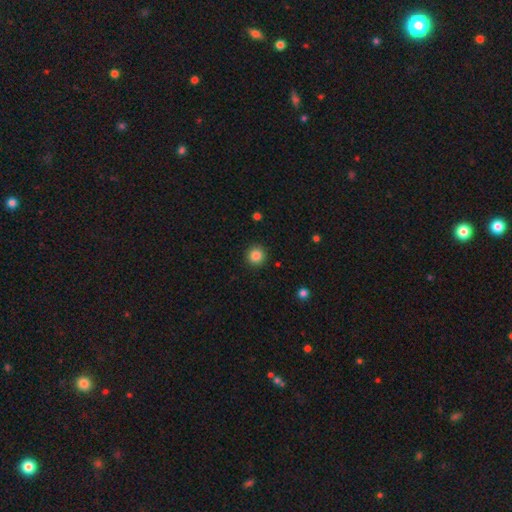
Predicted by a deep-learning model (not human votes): A smooth galaxy with no disk features (86%) that is round (95%). Merging: none (92%).